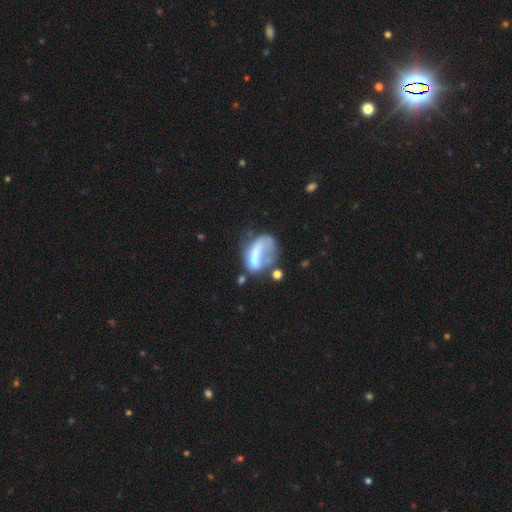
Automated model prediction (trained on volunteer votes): Smooth or featured: smooth — 49% (featured or disk — 41%)
Merging: major disturbance — 46% (none — 21%)